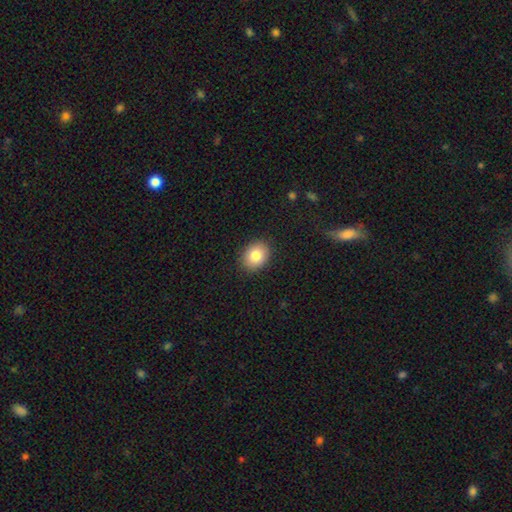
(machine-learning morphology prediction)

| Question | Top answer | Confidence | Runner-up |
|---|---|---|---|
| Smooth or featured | smooth | 83% | featured or disk (9%) |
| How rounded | in between | 53% | round (46%) |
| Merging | none | 89% | minor disturbance (8%) |